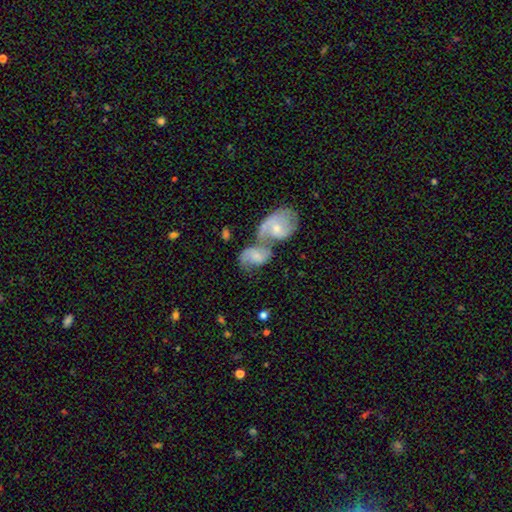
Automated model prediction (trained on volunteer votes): featured or disk 59%, smooth 34%, star or artifact 7%. Down the decision tree: edge-on disk — no (96%); bar — no (58%); spiral arms — yes (84%); bulge size — small (52%); merging — merger (73%).